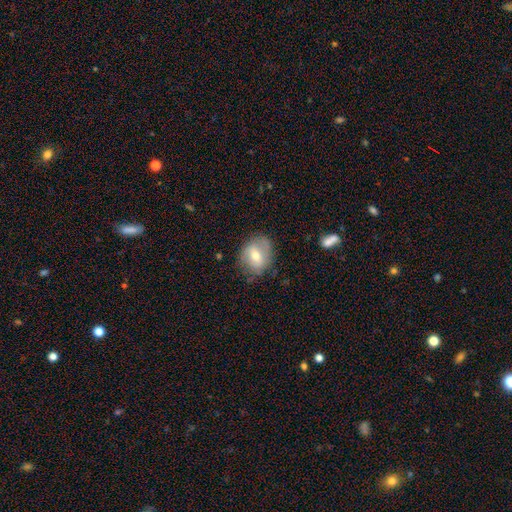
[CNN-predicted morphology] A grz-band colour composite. It shows a smooth galaxy with no disk features (60%) that is round (52%). Merging: none (71%).